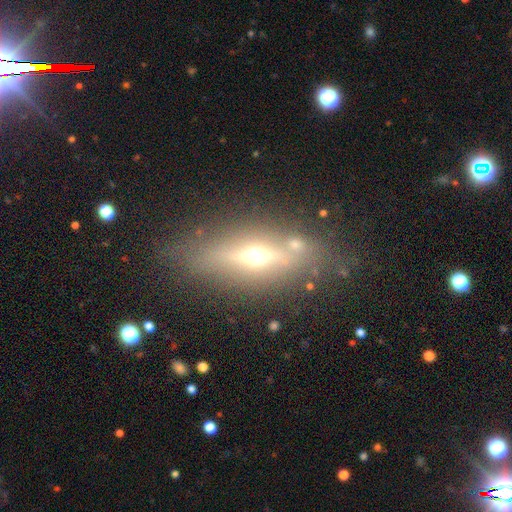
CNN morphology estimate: This appears to be a featured or disk galaxy (63%) viewed edge-on (84%) with a rounded central bulge (94%). Merging: none (75%).